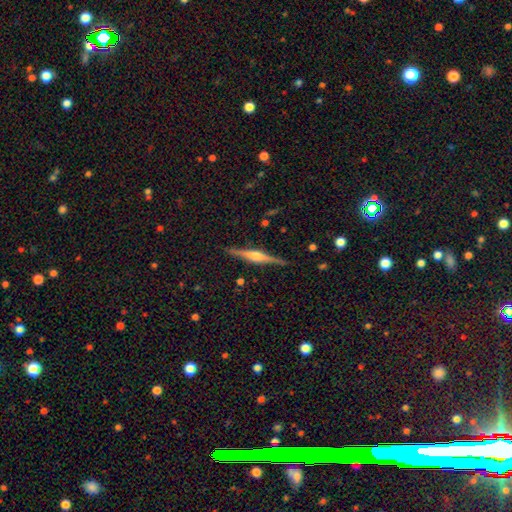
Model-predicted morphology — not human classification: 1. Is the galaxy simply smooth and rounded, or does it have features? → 81% featured or disk, 14% smooth, 6% star or artifact.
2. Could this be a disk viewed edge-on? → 98% yes, 2% no.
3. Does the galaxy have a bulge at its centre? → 80% rounded, 15% boxy, 5% none.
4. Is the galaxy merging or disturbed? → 91% none, 7% minor disturbance, 1% major disturbance, 1% merger.